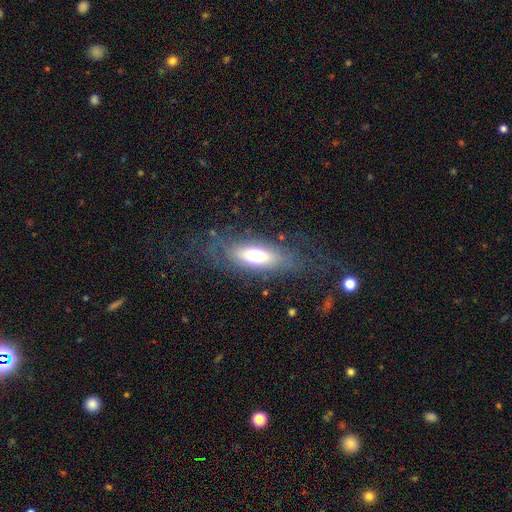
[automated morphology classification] smooth_or_featured: smooth (p=0.52) [alt: featured or disk p=0.40]
how_rounded: in between (p=0.67) [alt: cigar-shaped p=0.31]
merging: none (p=0.66) [alt: minor disturbance p=0.18]